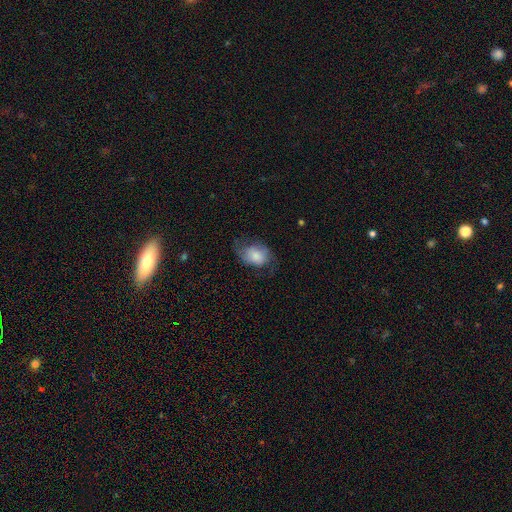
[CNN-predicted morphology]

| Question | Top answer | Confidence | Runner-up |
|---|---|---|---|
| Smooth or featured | smooth | 49% | featured or disk (43%) |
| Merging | none | 55% | minor disturbance (25%) |